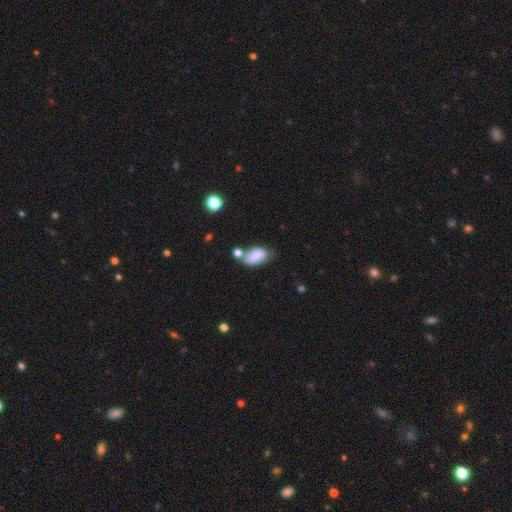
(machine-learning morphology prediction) The model was most divided on "merging": none: 48%, minor disturbance: 24%, merger: 21%, major disturbance: 7%. More confident: how rounded — in between (92%); smooth or featured — smooth (81%).